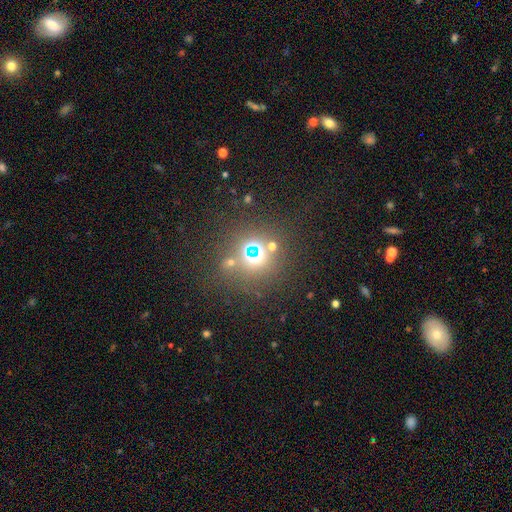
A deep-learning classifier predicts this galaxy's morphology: Q: Smooth or featured?
A: star or artifact (62%); runner-up: smooth (28%)